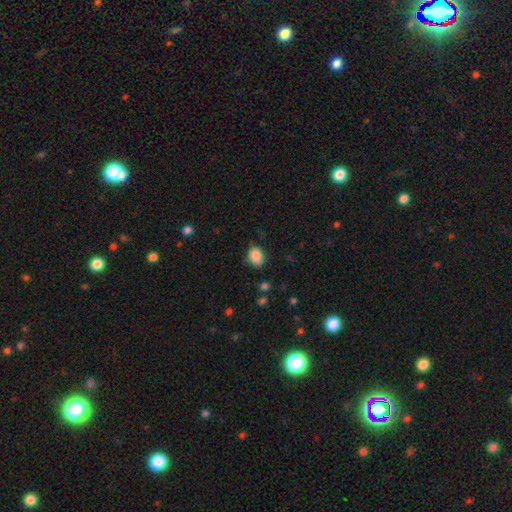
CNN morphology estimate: type=smooth (87%); roundness=in between (69%); merging=none (73%).